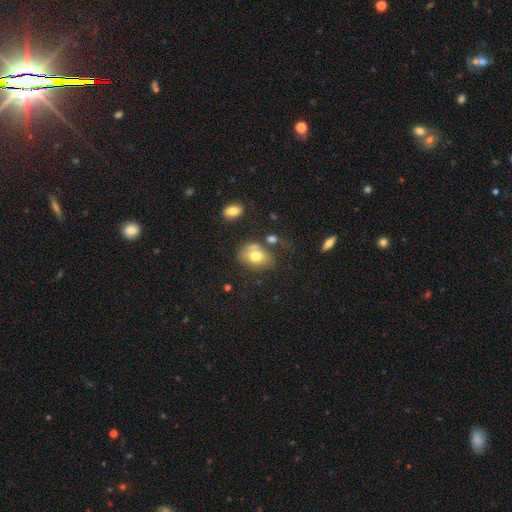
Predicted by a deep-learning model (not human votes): smooth 71%, featured or disk 19%, star or artifact 10%. Down the decision tree: how rounded — in between (70%); merging — none (50%).